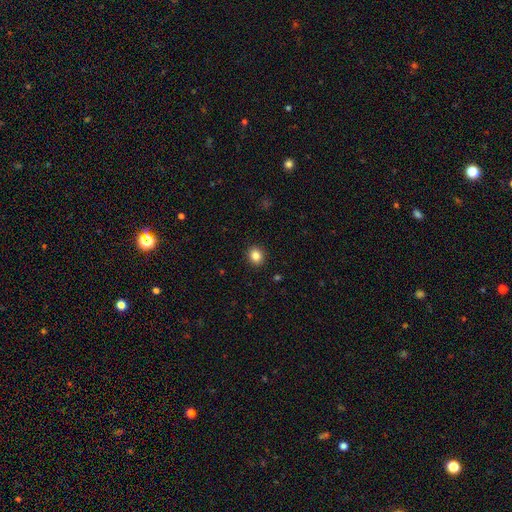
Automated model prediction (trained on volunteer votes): Q: Smooth or featured?
A: smooth (85%); runner-up: star or artifact (11%)
Q: How rounded?
A: round (71%); runner-up: in between (28%)
Q: Merging?
A: none (92%); runner-up: minor disturbance (5%)